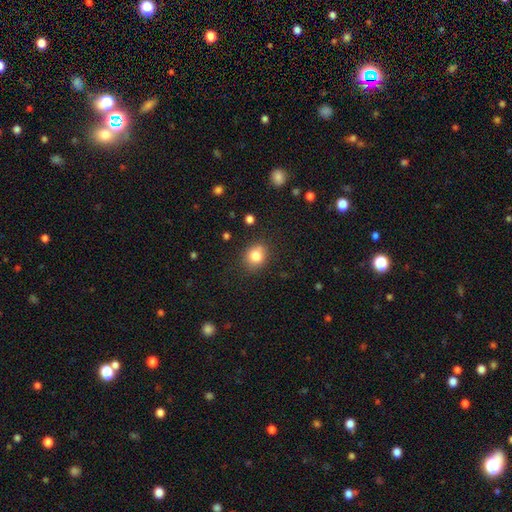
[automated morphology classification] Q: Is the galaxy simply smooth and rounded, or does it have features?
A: smooth — 81%.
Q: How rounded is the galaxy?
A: round — 68%.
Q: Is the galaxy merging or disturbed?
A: none — 77%.